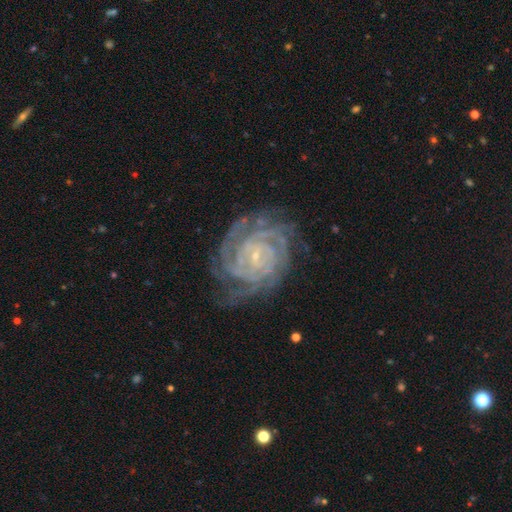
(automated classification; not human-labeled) This is clearly a featured or disk galaxy (90%). It is clearly not viewed edge-on (97%). Bar: possibly no (53%). Spiral arm pattern: clearly yes (98%). Spiral arm count: marginally 4 (25%). Spiral winding: clearly tight (82%). Central bulge: clearly small (86%). Merging: likely none (75%).